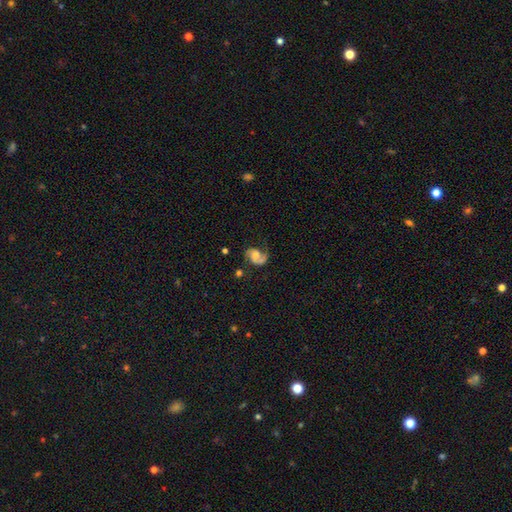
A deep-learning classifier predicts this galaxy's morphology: type=featured or disk (79%); edge-on=no (98%); bar=no (61%); spiral arms=yes (95%); winding=medium (50%); arm count=2 (85%); bulge=moderate (53%); merging=none (64%).